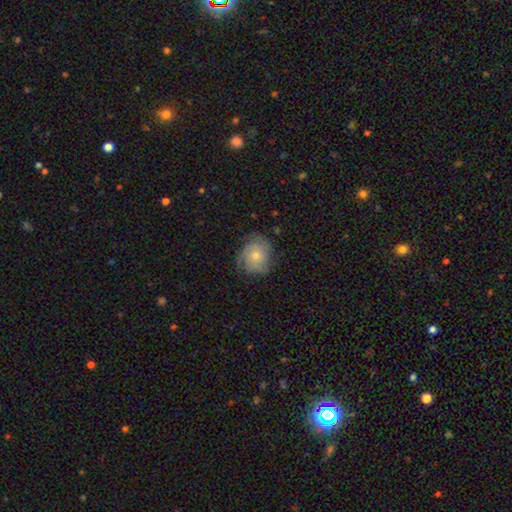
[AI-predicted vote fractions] Smooth or featured? Predicted: smooth (p=0.48). Merging? Predicted: none (p=0.63).